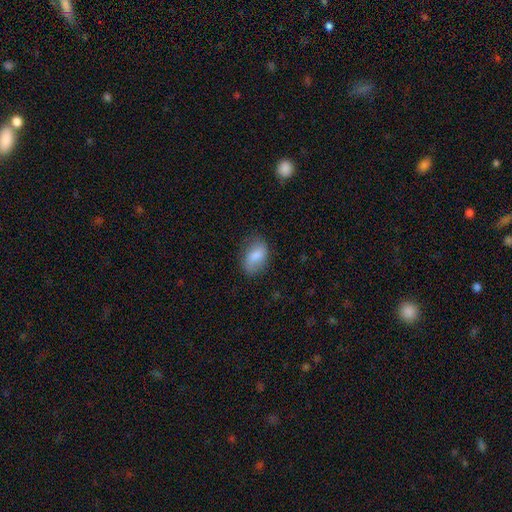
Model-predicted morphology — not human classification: This appears to be a smooth galaxy with no disk features (76%) that is in between round and cigar-shaped (88%). Merging: none (69%).